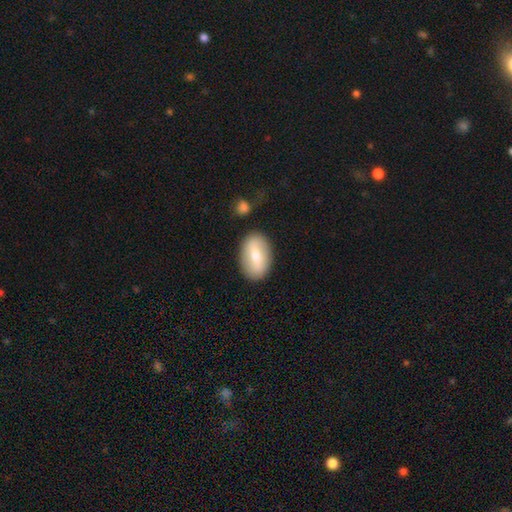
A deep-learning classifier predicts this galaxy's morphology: Overall: smooth (63%; featured or disk 31%). How rounded: in between (89%). Merging: none (84%).